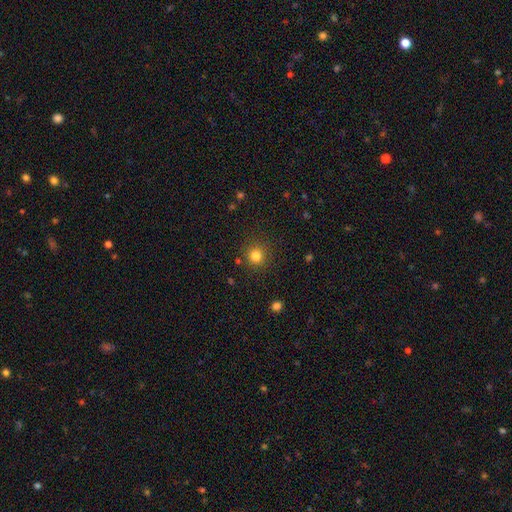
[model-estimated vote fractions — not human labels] smooth 81%, star or artifact 14%, featured or disk 5%. Down the decision tree: how rounded — round (94%); merging — none (88%).